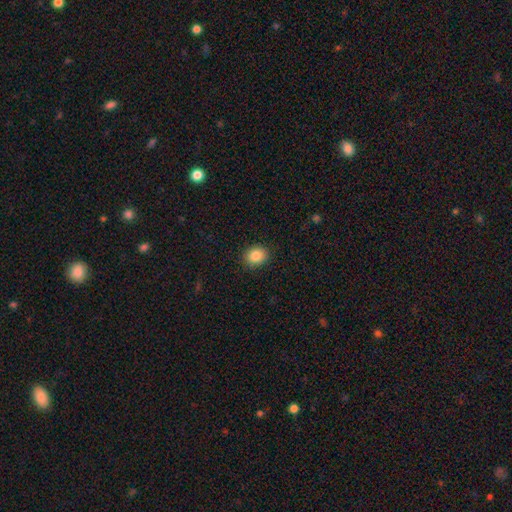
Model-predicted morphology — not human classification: This appears to be a smooth galaxy with no disk features (86%) that is round (62%). Merging: none (90%).